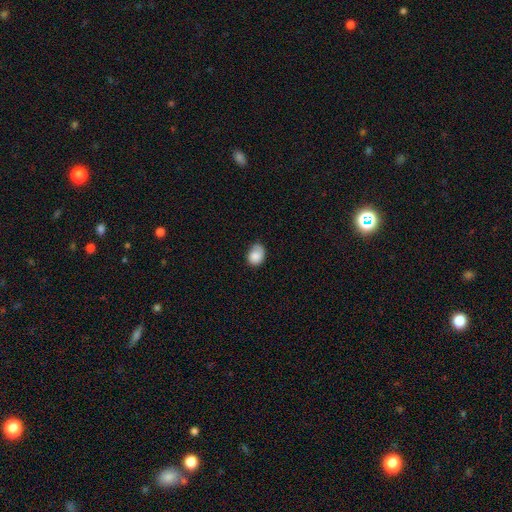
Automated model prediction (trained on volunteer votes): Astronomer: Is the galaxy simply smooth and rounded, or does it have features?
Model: smooth — 85%.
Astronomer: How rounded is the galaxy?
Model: in between — 65%.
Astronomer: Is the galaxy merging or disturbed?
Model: none — 53% (runner-up: minor disturbance, 37%).